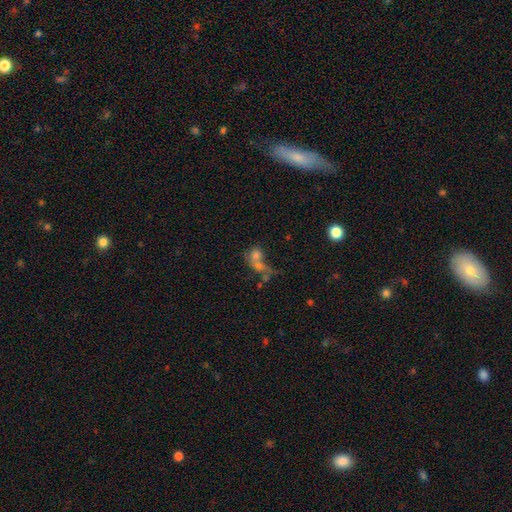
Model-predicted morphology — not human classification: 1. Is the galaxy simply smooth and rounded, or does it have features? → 61% smooth, 24% featured or disk, 15% star or artifact.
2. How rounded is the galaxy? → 54% in between, 43% round, 3% cigar-shaped.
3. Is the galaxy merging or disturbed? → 62% merger, 18% none, 13% major disturbance, 8% minor disturbance.